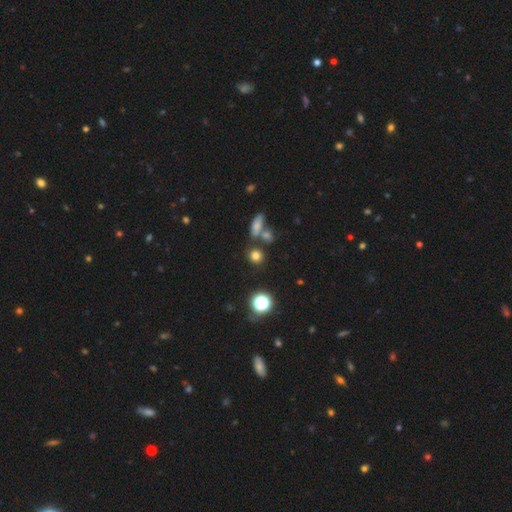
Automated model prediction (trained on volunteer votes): Smooth or featured?
  - smooth: 75% *
  - star or artifact: 17%
  - featured or disk: 8%
How rounded?
  - round: 83% *
  - in between: 15%
  - cigar-shaped: 2%
Merging?
  - none: 70% *
  - merger: 17%
  - minor disturbance: 10%
  - major disturbance: 4%